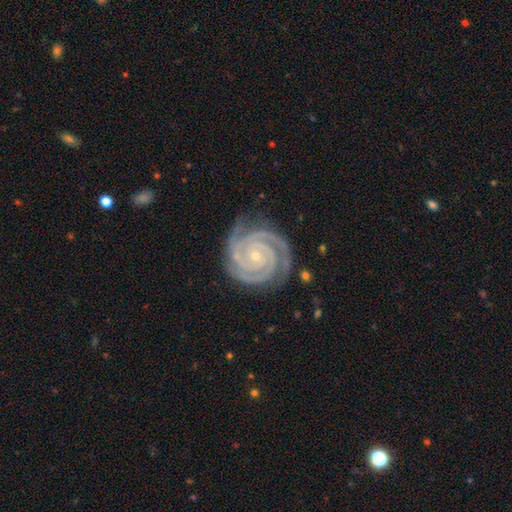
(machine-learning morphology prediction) This appears to be a featured or disk galaxy (94%) with no bar (71%), 2 (52%) tight (88%) spiral arms (99%) and a small central bulge (82%). Merging: none (80%).